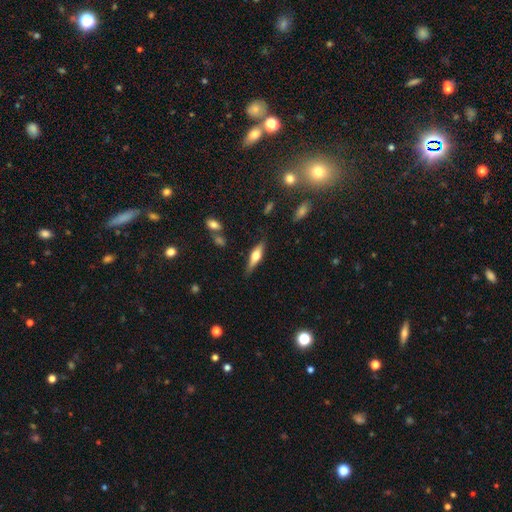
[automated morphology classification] Smooth or featured: featured or disk — 51% (smooth — 43%)
Edge-on disk: yes — 92% (no — 8%)
Merging: none — 82% (minor disturbance — 13%)